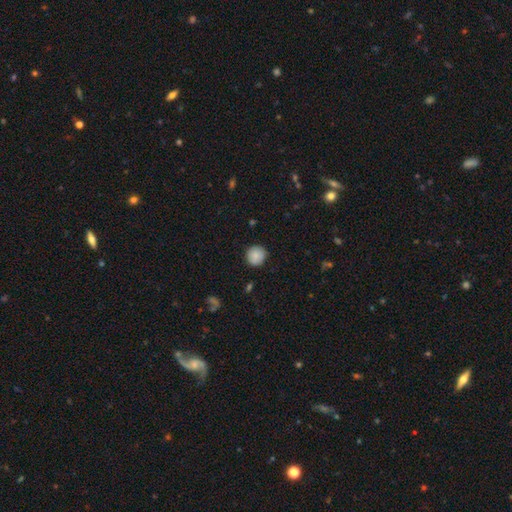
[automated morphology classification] smooth-or-featured: smooth: 85% | star or artifact: 8% | featured or disk: 7%
  how-rounded: round: 93% | in between: 6% | cigar-shaped: 1%
  merging: none: 86% | minor disturbance: 11% | major disturbance: 2% | merger: 1%